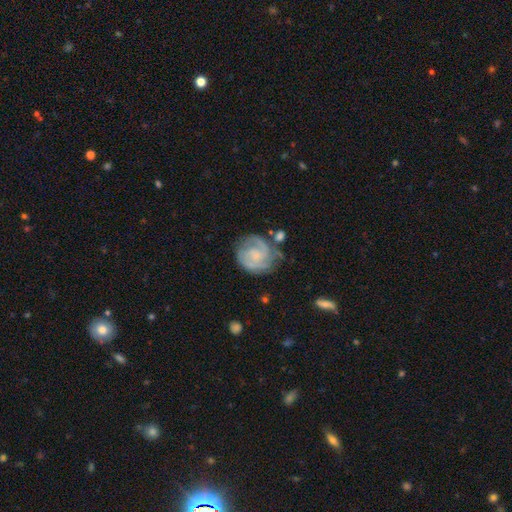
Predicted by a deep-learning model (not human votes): featured or disk 74%, smooth 19%, star or artifact 7%. Down the decision tree: edge-on disk — no (98%); bar — no (61%); spiral arms — yes (90%); spiral arm count — 2 (47%); spiral winding — tight (54%); bulge size — small (40%); merging — none (61%).